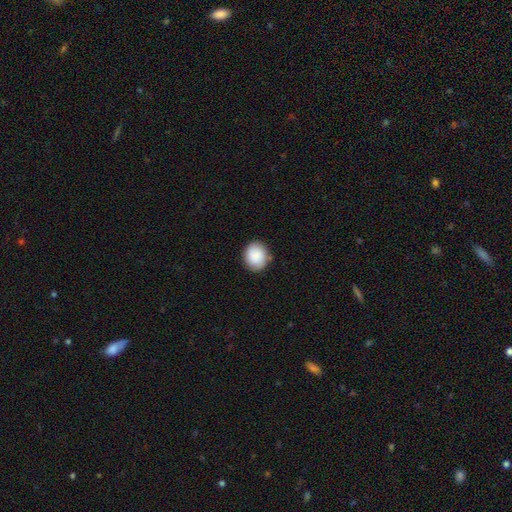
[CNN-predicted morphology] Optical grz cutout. It shows a smooth galaxy with no disk features (86%) that is round (71%). Merging: none (84%).